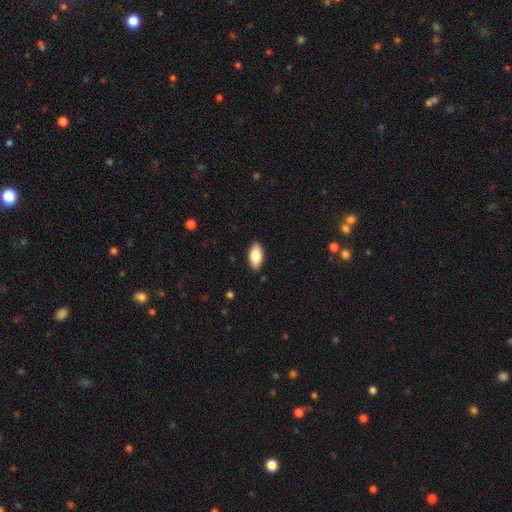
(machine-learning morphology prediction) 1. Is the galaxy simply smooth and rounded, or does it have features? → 83% smooth, 11% featured or disk, 6% star or artifact.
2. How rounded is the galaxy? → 92% in between, 6% cigar-shaped, 3% round.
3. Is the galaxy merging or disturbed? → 88% none, 9% minor disturbance, 2% major disturbance, 1% merger.